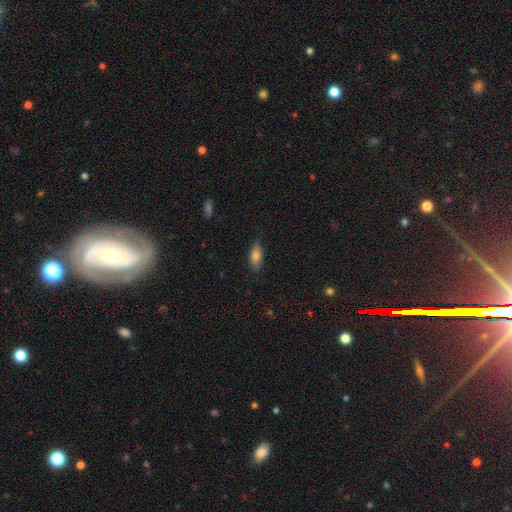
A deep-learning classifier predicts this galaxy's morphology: smooth_or_featured: smooth (p=0.77) [alt: featured or disk p=0.15]
how_rounded: in between (p=0.76) [alt: cigar-shaped p=0.21]
merging: none (p=0.84) [alt: minor disturbance p=0.13]